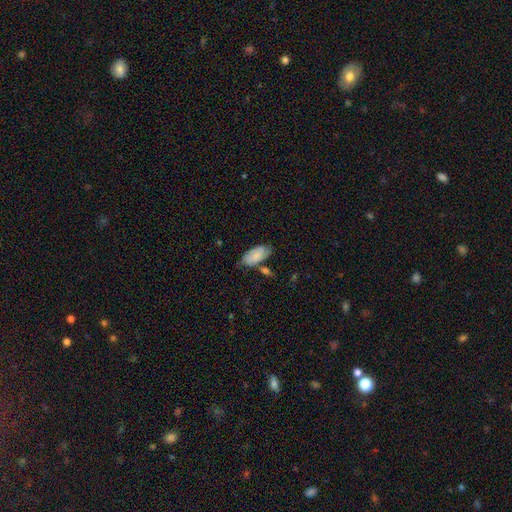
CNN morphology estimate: smooth_or_featured: smooth (p=0.82) [alt: featured or disk p=0.12]
how_rounded: in between (p=0.92) [alt: cigar-shaped p=0.06]
merging: none (p=0.62) [alt: minor disturbance p=0.22]